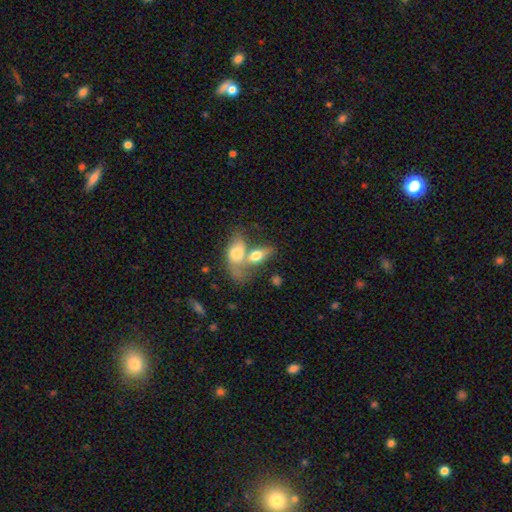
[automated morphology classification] Q: Smooth or featured?
A: smooth (63%); runner-up: featured or disk (30%)
Q: How rounded?
A: in between (79%); runner-up: cigar-shaped (11%)
Q: Merging?
A: merger (65%); runner-up: none (20%)